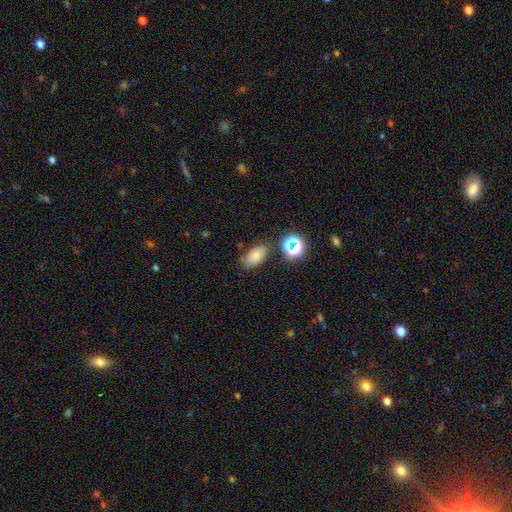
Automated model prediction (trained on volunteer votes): Smooth or featured: smooth — 75% (star or artifact — 15%)
How rounded: in between — 88% (round — 10%)
Merging: none — 74% (minor disturbance — 16%)